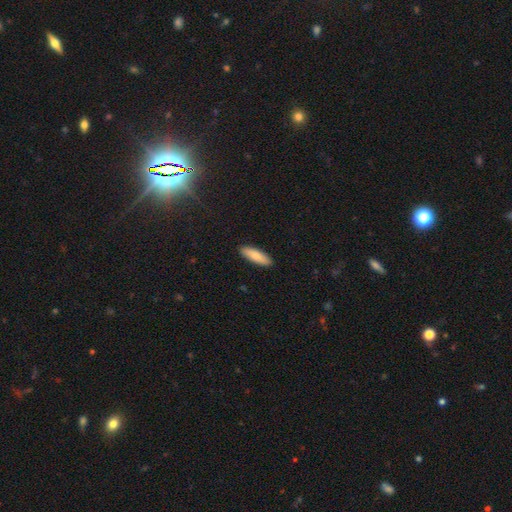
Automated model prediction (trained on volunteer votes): The model was most divided on "how rounded": cigar-shaped: 52%, in between: 47%, round: 2%. More confident: merging — none (91%); smooth or featured — smooth (84%).